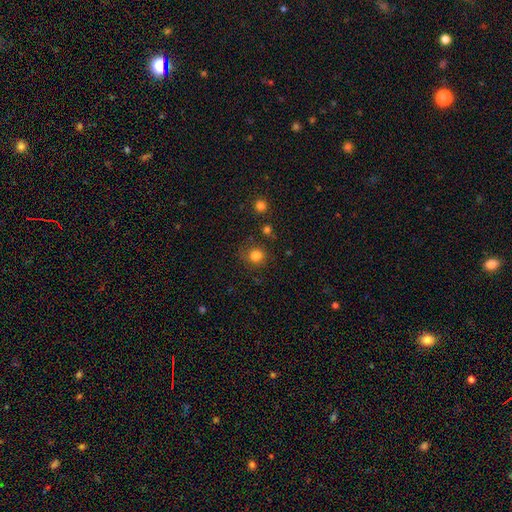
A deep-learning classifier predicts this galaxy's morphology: A smooth galaxy with no disk features (81%) that is round (77%).

Vote fractions:
- Smooth or featured? smooth: 81% / star or artifact: 13% / featured or disk: 6%
- How rounded? round: 77% / in between: 22% / cigar-shaped: 1%
- Merging? none: 74% / minor disturbance: 16% / major disturbance: 6% / merger: 4%